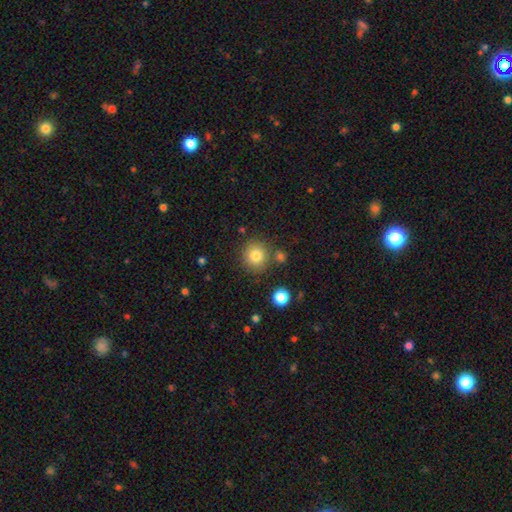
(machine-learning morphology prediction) Q: Smooth or featured?
A: smooth (81%); runner-up: star or artifact (12%)
Q: How rounded?
A: round (92%); runner-up: in between (7%)
Q: Merging?
A: none (81%); runner-up: minor disturbance (8%)